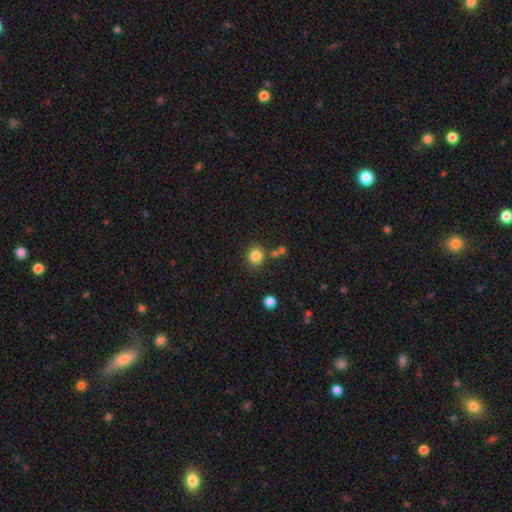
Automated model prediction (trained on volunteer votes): Smooth or featured? Predicted: smooth (p=0.83). How rounded? Predicted: round (p=0.86). Merging? Predicted: none (p=0.80).